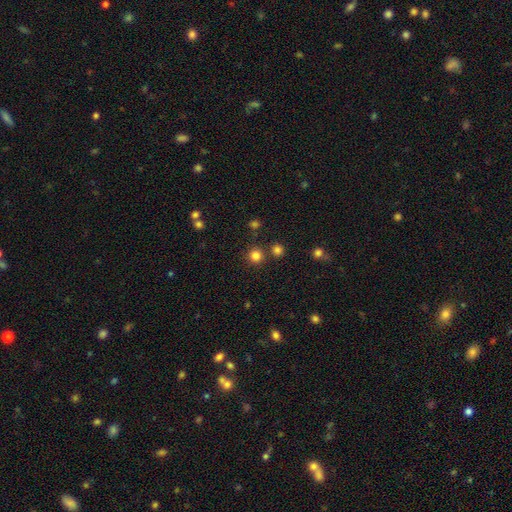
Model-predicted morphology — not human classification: Smooth or featured?
  - smooth: 81% *
  - star or artifact: 15%
  - featured or disk: 4%
How rounded?
  - round: 94% *
  - in between: 5%
  - cigar-shaped: 1%
Merging?
  - none: 84% *
  - merger: 7%
  - minor disturbance: 6%
  - major disturbance: 3%